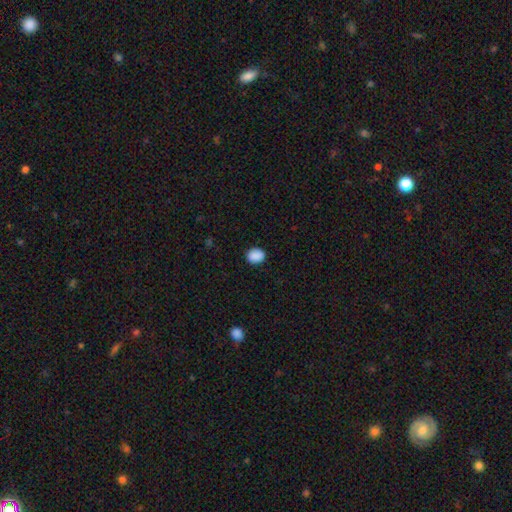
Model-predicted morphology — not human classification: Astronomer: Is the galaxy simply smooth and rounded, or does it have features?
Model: smooth — 89%.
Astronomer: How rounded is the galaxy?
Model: round — 56% (runner-up: in between, 43%).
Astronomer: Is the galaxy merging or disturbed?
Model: none — 89%.